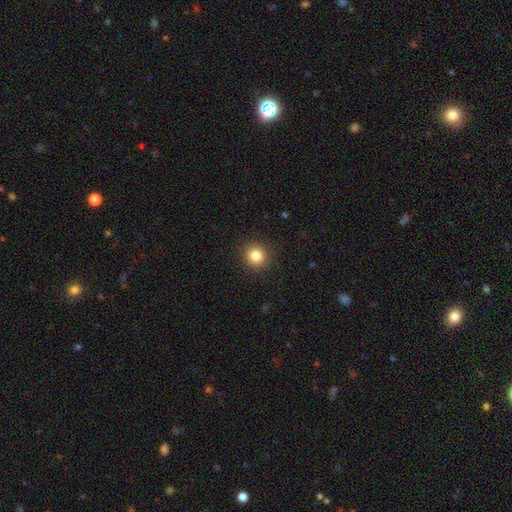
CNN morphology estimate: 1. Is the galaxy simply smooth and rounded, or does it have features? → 83% smooth, 11% star or artifact, 6% featured or disk.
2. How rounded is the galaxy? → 91% round, 8% in between, 1% cigar-shaped.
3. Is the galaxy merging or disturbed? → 91% none, 6% minor disturbance, 2% major disturbance, 1% merger.